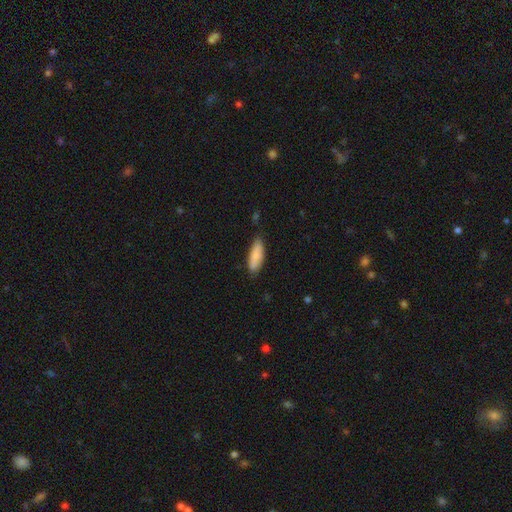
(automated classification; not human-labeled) smooth-or-featured: smooth: 85% | featured or disk: 9% | star or artifact: 6%
  how-rounded: in between: 57% | cigar-shaped: 42% | round: 2%
  merging: none: 76% | minor disturbance: 19% | major disturbance: 3% | merger: 2%